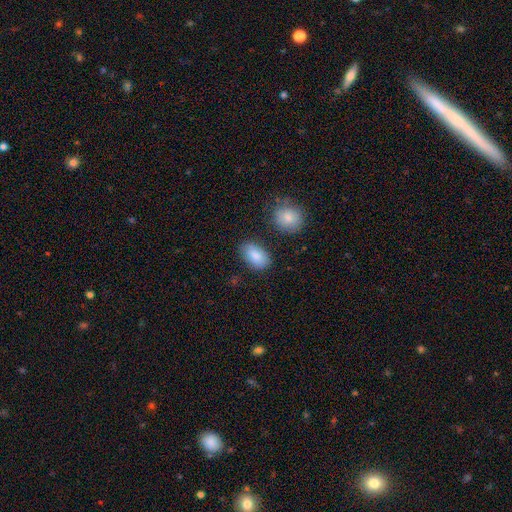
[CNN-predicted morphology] Smooth or featured?
  - smooth: 87% *
  - featured or disk: 7%
  - star or artifact: 6%
How rounded?
  - in between: 93% *
  - round: 6%
  - cigar-shaped: 2%
Merging?
  - none: 76% *
  - minor disturbance: 16%
  - merger: 5%
  - major disturbance: 4%